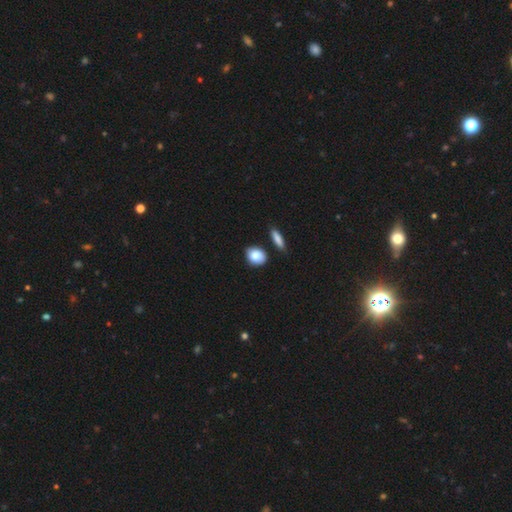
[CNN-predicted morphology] smooth-or-featured: smooth: 85% | featured or disk: 8% | star or artifact: 7%
  how-rounded: in between: 51% | round: 46% | cigar-shaped: 3%
  merging: none: 75% | minor disturbance: 15% | merger: 7% | major disturbance: 3%